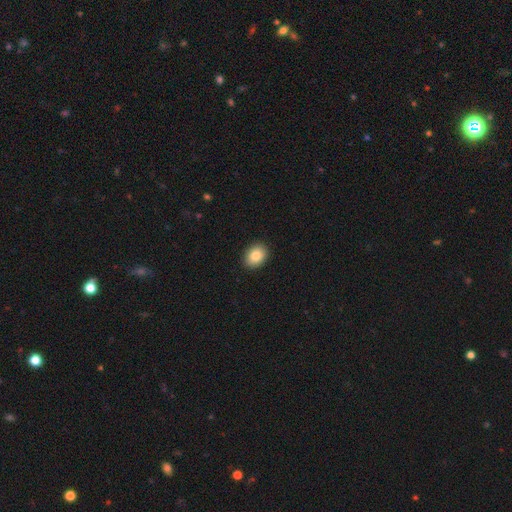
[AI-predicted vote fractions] Overall: smooth (86%). How rounded: in between (65%; round 34%). Merging: none (91%).